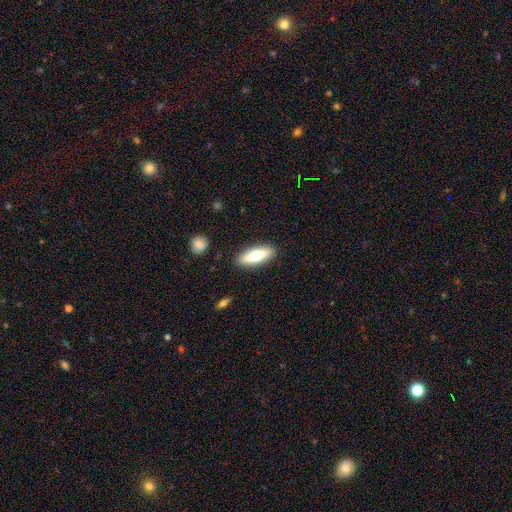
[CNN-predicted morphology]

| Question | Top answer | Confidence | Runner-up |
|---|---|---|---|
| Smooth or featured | smooth | 60% | featured or disk (34%) |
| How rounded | in between | 49% | tied: cigar-shaped (49%) |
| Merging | none | 88% | minor disturbance (8%) |